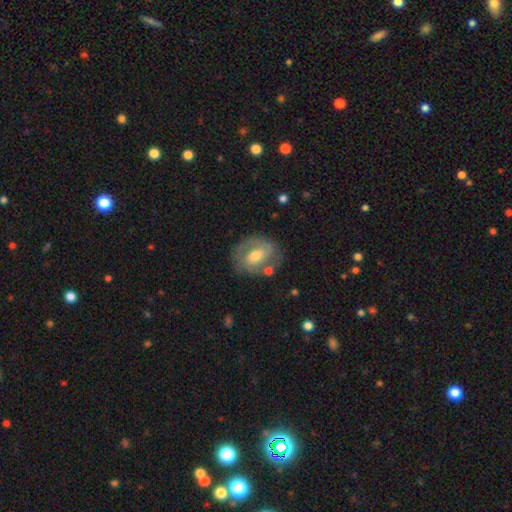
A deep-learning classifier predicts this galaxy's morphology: Overall: featured or disk (63%; smooth 30%). Edge-on disk: no (95%). Bar: weak (42%; no 39%). Spiral arms: yes (65%; no 35%). Bulge size: moderate (65%; small 27%). Merging: none (69%).